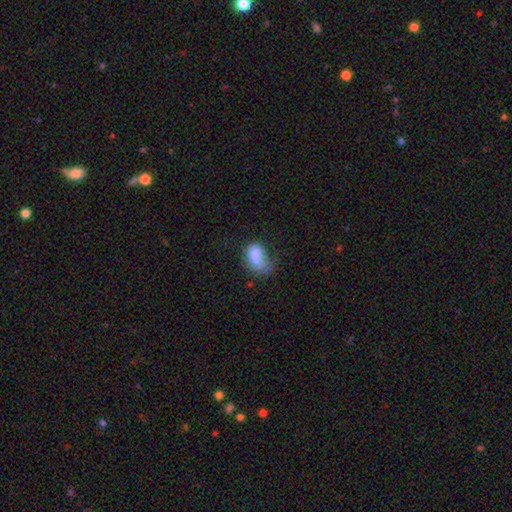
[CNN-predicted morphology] A smooth galaxy with no disk features (76%) that is in between round and cigar-shaped (86%). Merging: major disturbance (39%).